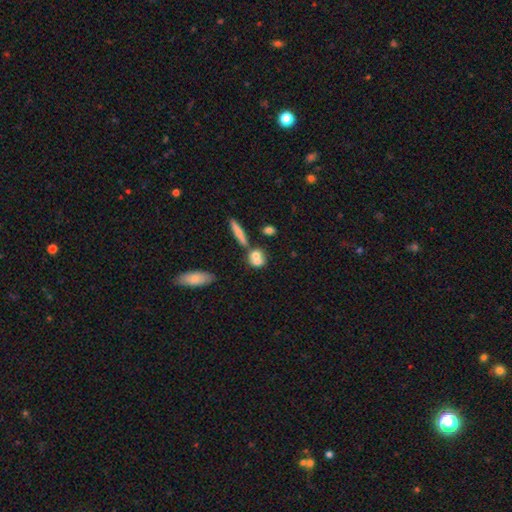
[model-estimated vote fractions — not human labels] Smooth or featured: smooth — 69% (featured or disk — 21%)
How rounded: round — 60% (in between — 32%)
Merging: merger — 45% (none — 39%)